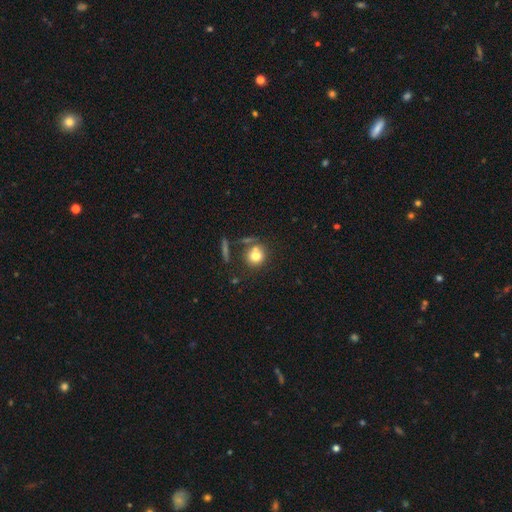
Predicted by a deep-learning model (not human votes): Morphology: type=smooth (76%); roundness=round (84%); merging=none (58%).